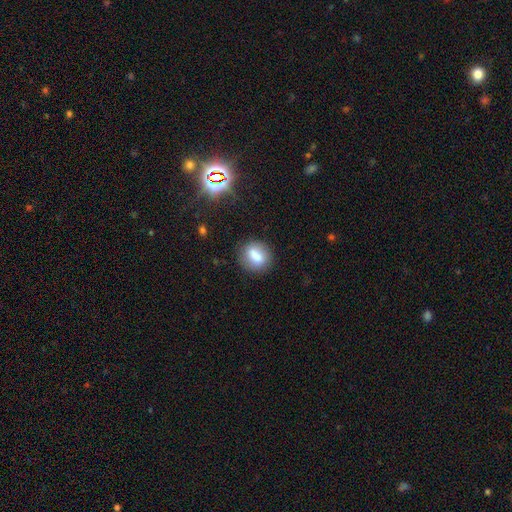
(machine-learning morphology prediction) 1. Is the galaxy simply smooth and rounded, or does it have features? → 76% smooth, 14% featured or disk, 10% star or artifact.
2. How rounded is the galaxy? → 52% round, 44% in between, 4% cigar-shaped.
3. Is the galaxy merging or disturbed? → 79% none, 14% minor disturbance, 4% major disturbance, 4% merger.